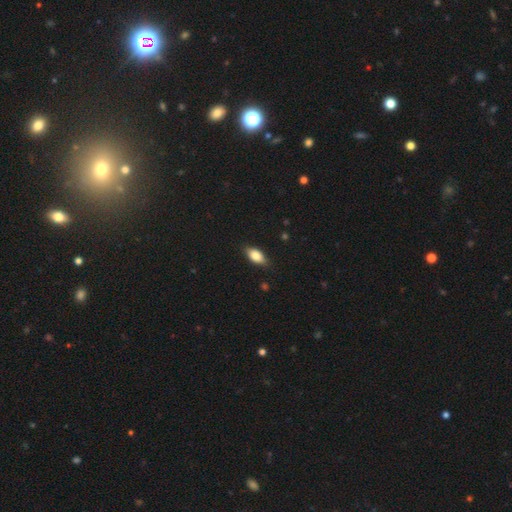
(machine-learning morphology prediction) smooth-or-featured: smooth: 83% | featured or disk: 10% | star or artifact: 7%
  how-rounded: in between: 88% | cigar-shaped: 7% | round: 5%
  merging: none: 82% | minor disturbance: 14% | major disturbance: 3% | merger: 1%